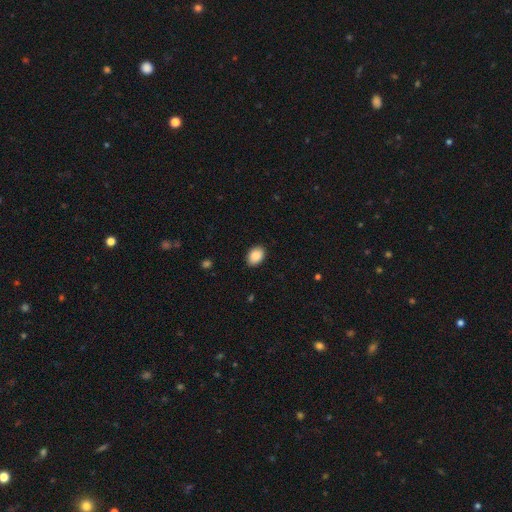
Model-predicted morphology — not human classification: The model was most divided on "how rounded": in between: 79%, round: 20%, cigar-shaped: 1%. More confident: smooth or featured — smooth (89%); merging — none (88%).